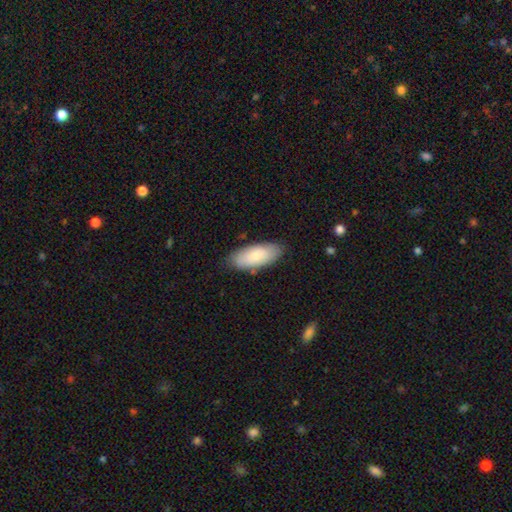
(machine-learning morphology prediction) A smooth galaxy with no disk features (81%) that is in between round and cigar-shaped (86%). Merging: none (82%).